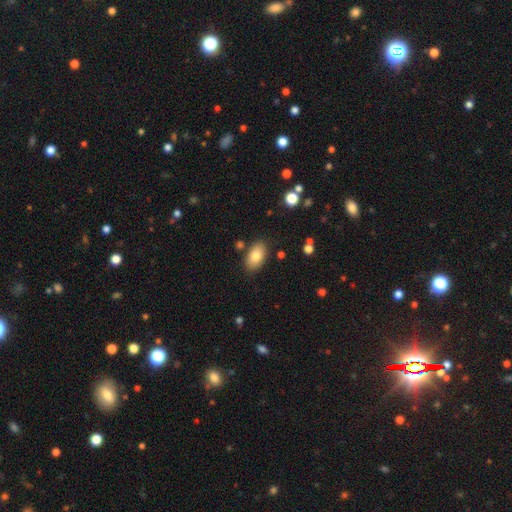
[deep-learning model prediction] Smooth or featured: smooth — 81% (featured or disk — 12%)
How rounded: in between — 93% (round — 5%)
Merging: none — 83% (minor disturbance — 11%)